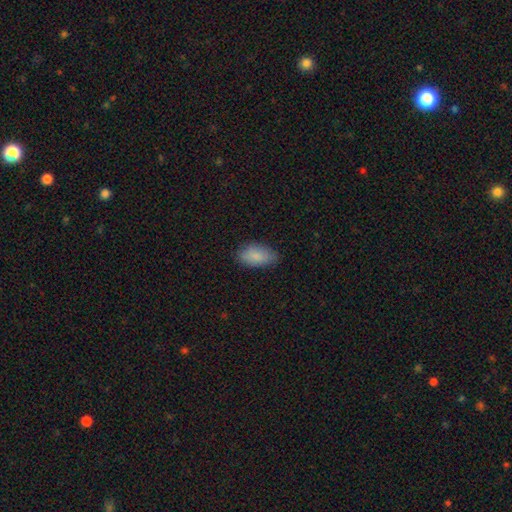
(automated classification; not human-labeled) Smooth or featured?
  - smooth: 87% *
  - star or artifact: 7%
  - featured or disk: 7%
How rounded?
  - in between: 93% *
  - cigar-shaped: 4%
  - round: 3%
Merging?
  - none: 81% *
  - minor disturbance: 15%
  - major disturbance: 3%
  - merger: 1%